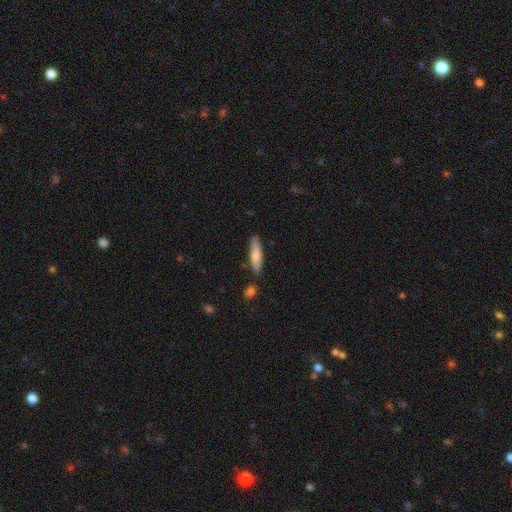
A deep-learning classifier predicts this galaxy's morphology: Smooth or featured? Predicted: smooth (p=0.74). How rounded? Predicted: cigar-shaped (p=0.71). Merging? Predicted: none (p=0.79).